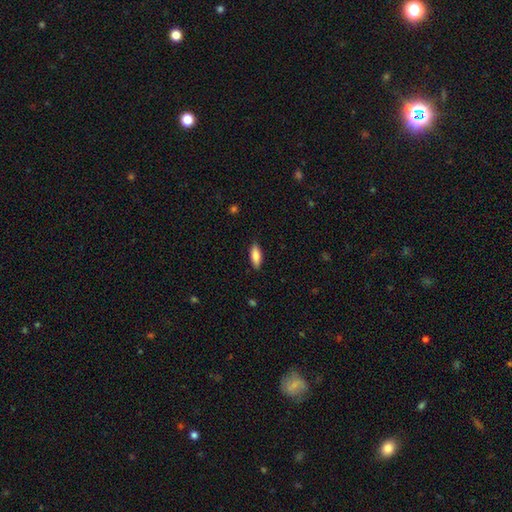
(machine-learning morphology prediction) smooth 82%, featured or disk 12%, star or artifact 6%. Down the decision tree: how rounded — in between (71%); merging — none (87%).